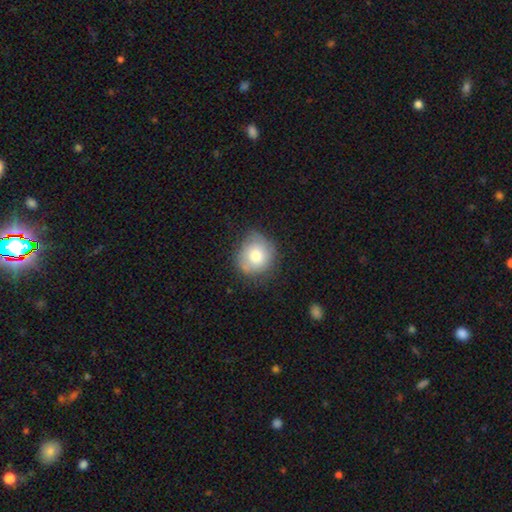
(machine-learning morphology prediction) smooth 72%, featured or disk 19%, star or artifact 8%. Down the decision tree: how rounded — round (85%); merging — none (66%).